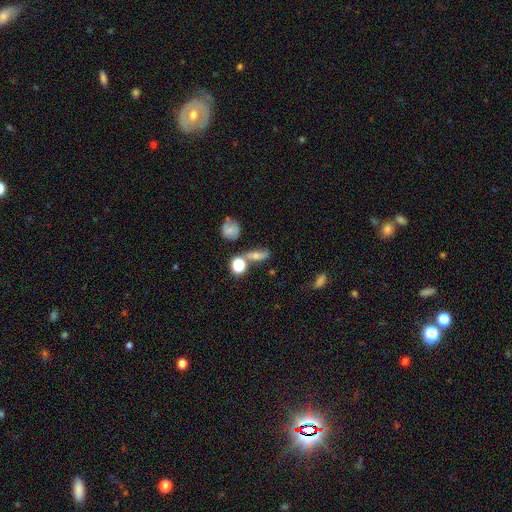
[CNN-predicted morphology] smooth_or_featured: smooth (p=0.56) [alt: featured or disk p=0.25]
how_rounded: in between (p=0.50) [alt: round p=0.27]
merging: none (p=0.58) [alt: merger p=0.17]